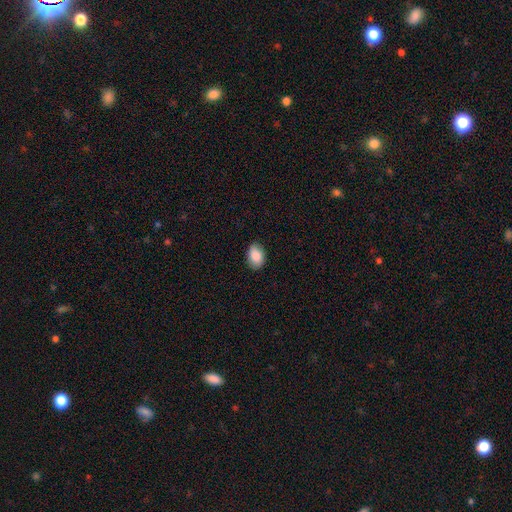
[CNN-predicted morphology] A smooth galaxy with no disk features (88%) that is in between round and cigar-shaped (83%). Merging: none (85%).